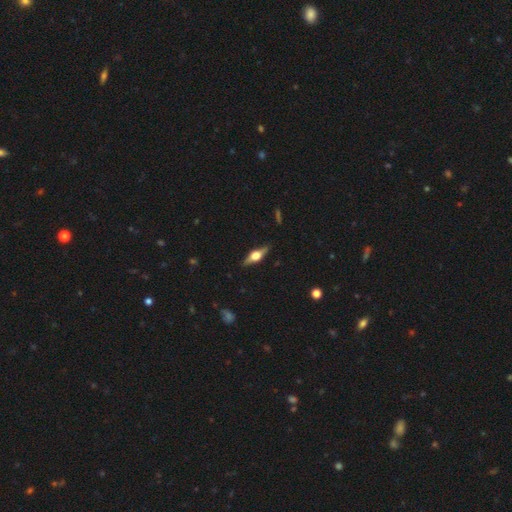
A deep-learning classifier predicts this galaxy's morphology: This is likely a featured or disk galaxy (71%). It is clearly viewed edge-on (96%). Edge-on bulge: clearly rounded (93%). Merging: clearly none (87%).